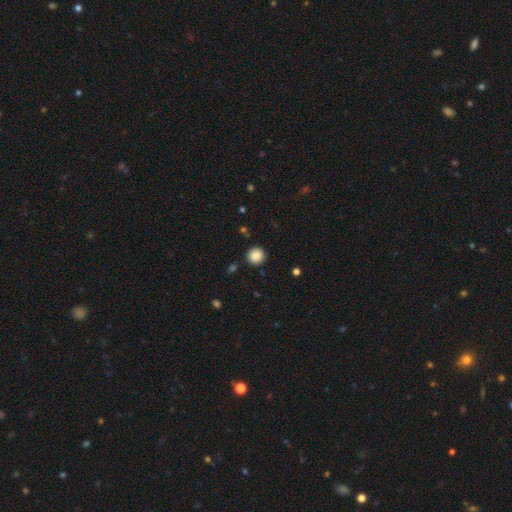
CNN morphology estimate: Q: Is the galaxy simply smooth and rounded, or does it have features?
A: smooth — 87%.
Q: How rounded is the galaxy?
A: round — 93%.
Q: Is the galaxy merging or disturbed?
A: none — 88%.